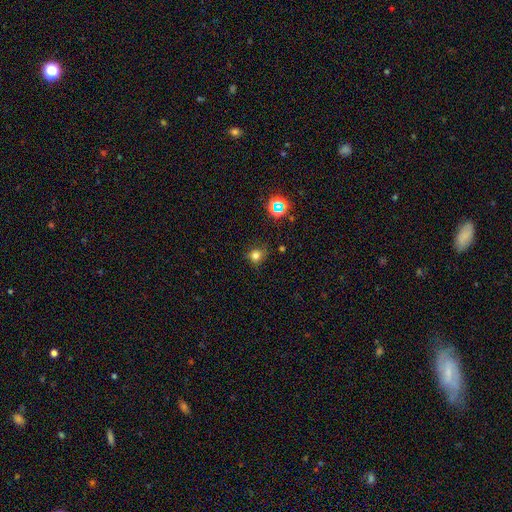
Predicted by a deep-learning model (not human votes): A smooth galaxy with no disk features (74%) that is round (83%). Merging: none (77%).